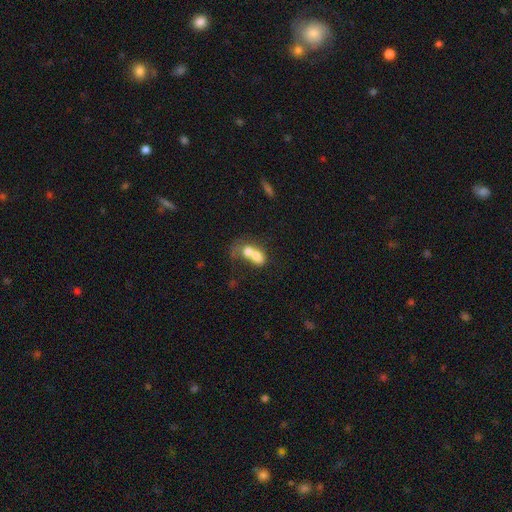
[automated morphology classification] Q: Smooth or featured?
A: smooth (63%); runner-up: featured or disk (28%)
Q: How rounded?
A: in between (64%); runner-up: round (33%)
Q: Merging?
A: merger (76%); runner-up: none (12%)